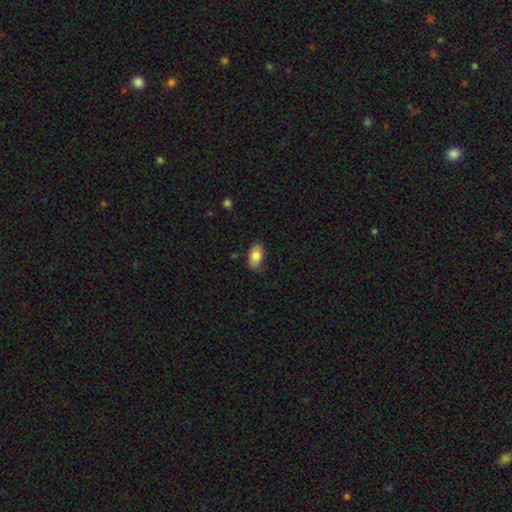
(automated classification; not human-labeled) Q: Smooth or featured?
A: smooth (80%); runner-up: featured or disk (13%)
Q: How rounded?
A: in between (93%); runner-up: round (6%)
Q: Merging?
A: none (69%); runner-up: minor disturbance (25%)